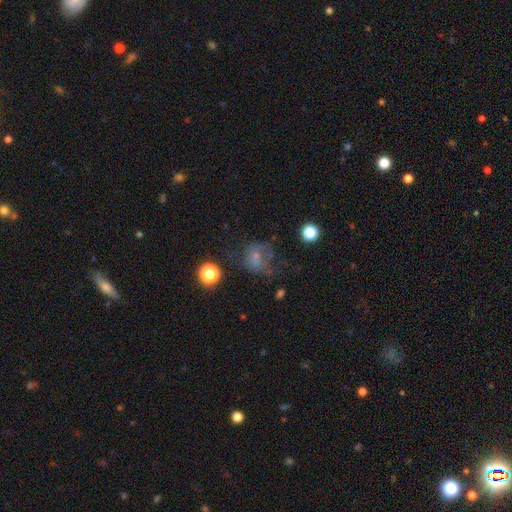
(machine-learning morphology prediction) smooth 51%, featured or disk 27%, star or artifact 22%. Down the decision tree: how rounded — round (64%); merging — none (39%).